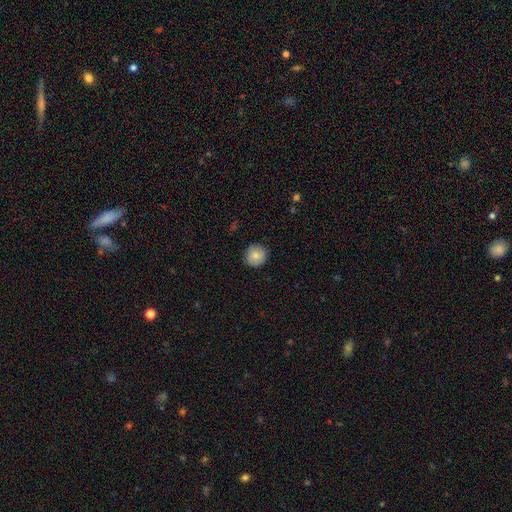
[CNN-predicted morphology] This is clearly a smooth galaxy (82%). How rounded: clearly round (92%). Merging: clearly none (87%).